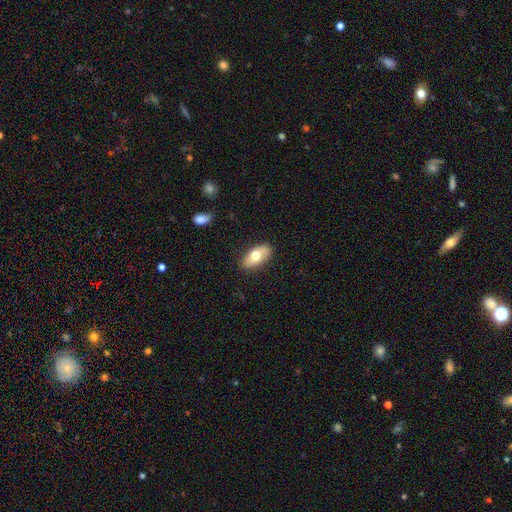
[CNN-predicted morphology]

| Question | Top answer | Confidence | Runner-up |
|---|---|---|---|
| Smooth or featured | smooth | 69% | featured or disk (24%) |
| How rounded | in between | 91% | cigar-shaped (5%) |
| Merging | none | 86% | minor disturbance (11%) |